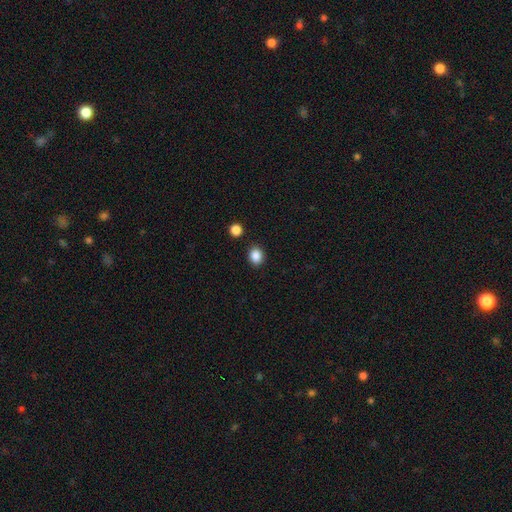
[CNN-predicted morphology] type=smooth (87%); roundness=round (64%); merging=none (88%).